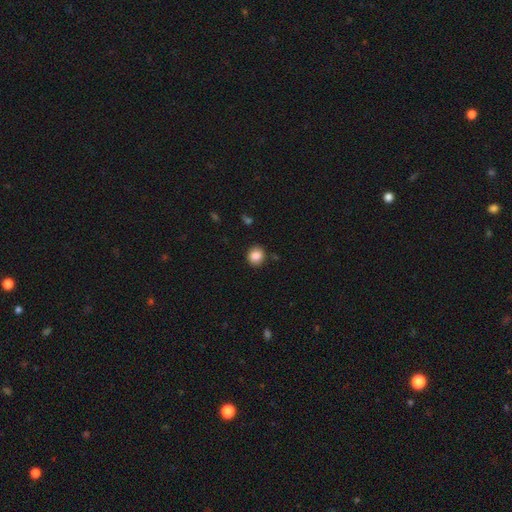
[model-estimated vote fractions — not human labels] This appears to be a smooth galaxy with no disk features (86%) that is round (84%). Merging: none (88%).